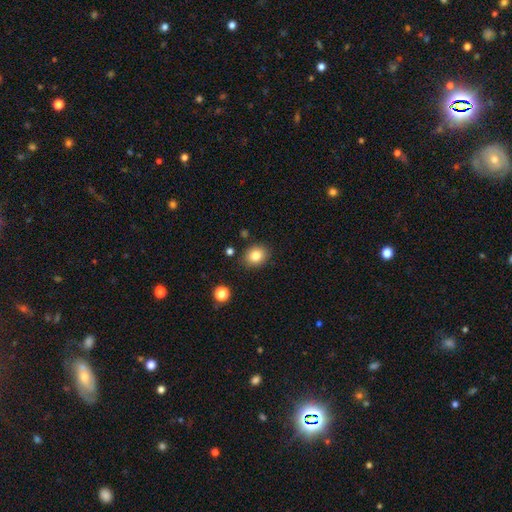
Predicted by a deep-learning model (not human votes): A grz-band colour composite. It shows a smooth galaxy with no disk features (83%) that is round (63%). Merging: none (86%).